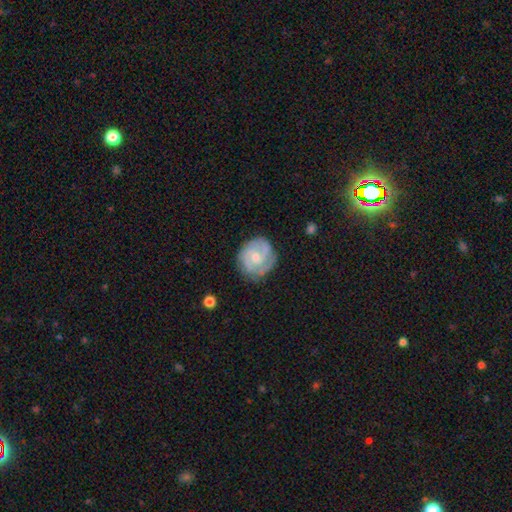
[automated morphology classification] This is likely a featured or disk galaxy (76%). It is clearly not viewed edge-on (98%). Bar: likely no (65%). Spiral arm pattern: clearly yes (93%). Spiral arm count: marginally 2 (43%). Spiral winding: possibly tight (59%). Central bulge: possibly moderate (49%). Merging: likely none (74%).